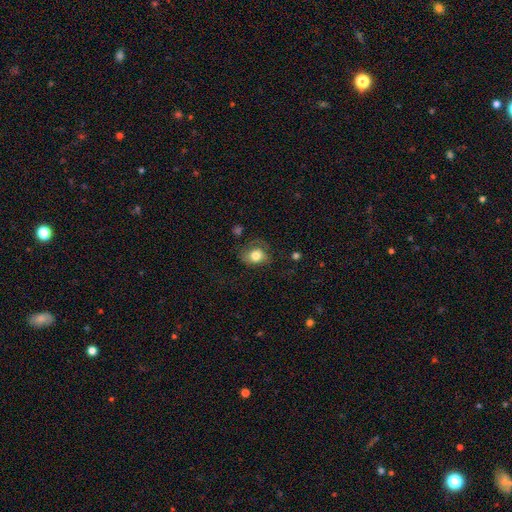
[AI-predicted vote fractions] Morphology: type=smooth (75%); roundness=round (54%); merging=none (51%).